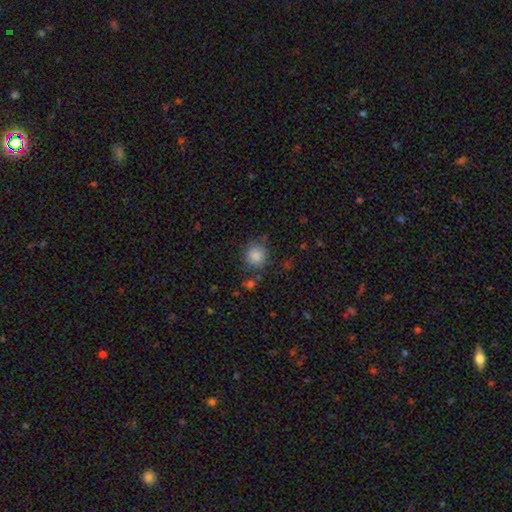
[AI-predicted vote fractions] Smooth or featured? smooth (85%)
How rounded? round (91%)
Merging? none (82%)